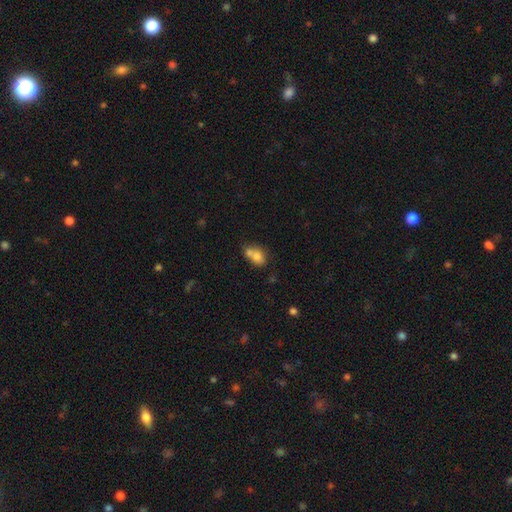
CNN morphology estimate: type=smooth (74%); roundness=in between (70%); merging=merger (52%).